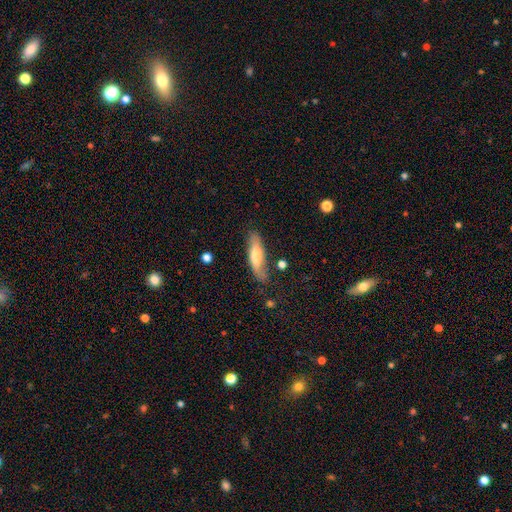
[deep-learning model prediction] Morphology: type=smooth (64%); roundness=cigar-shaped (59%); merging=none (74%).